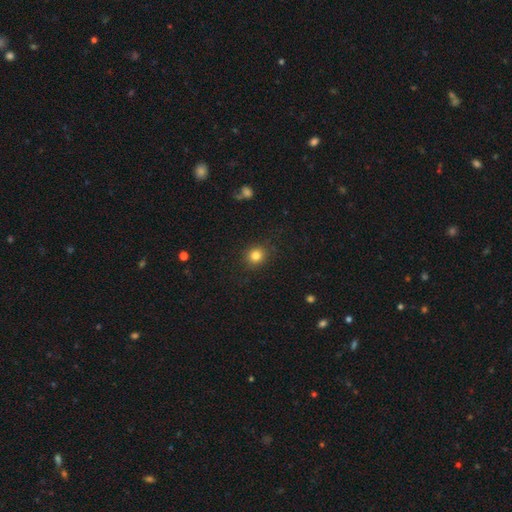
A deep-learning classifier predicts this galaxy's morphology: smooth 83%, star or artifact 12%, featured or disk 6%. Down the decision tree: how rounded — round (83%); merging — none (89%).